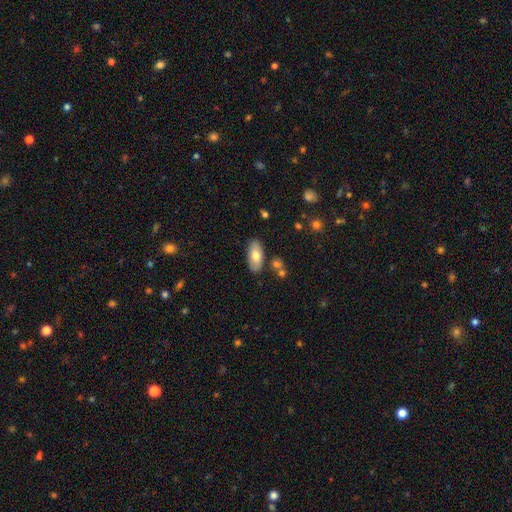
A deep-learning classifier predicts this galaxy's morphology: smooth_or_featured: smooth (p=0.70) [alt: featured or disk p=0.23]
how_rounded: in between (p=0.89) [alt: cigar-shaped p=0.08]
merging: none (p=0.82) [alt: minor disturbance p=0.11]